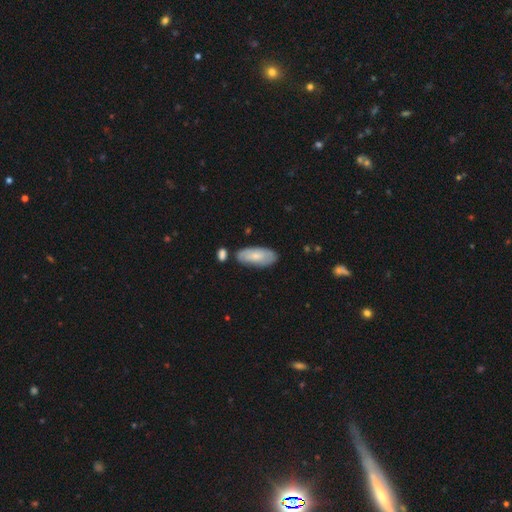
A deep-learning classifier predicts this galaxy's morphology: type=smooth (65%); roundness=in between (88%); merging=none (73%).